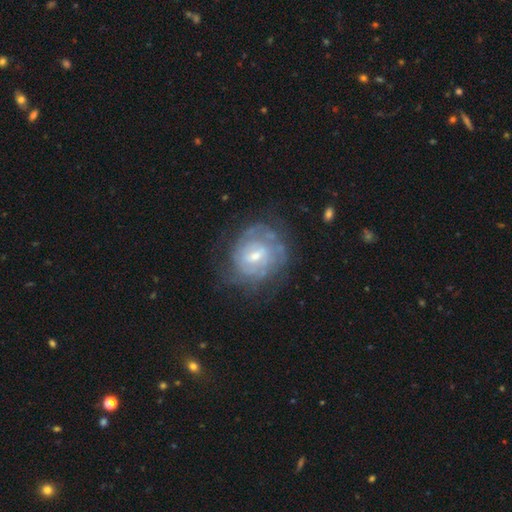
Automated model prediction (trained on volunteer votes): Smooth or featured: featured or disk — 77% (smooth — 16%)
Edge-on disk: no — 97% (yes — 3%)
Bar: weak — 58% (no — 27%)
Spiral arms: yes — 84% (no — 16%)
Spiral winding: tight — 68% (medium — 25%)
Spiral arm count: can't tell — 53% (2 — 22%)
Bulge size: small — 50% (moderate — 44%)
Merging: none — 67% (minor disturbance — 20%)